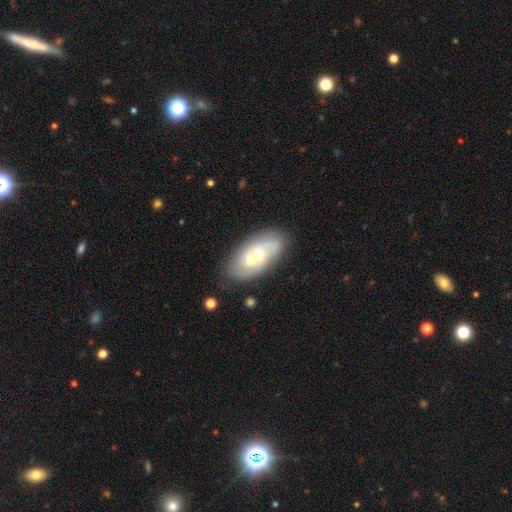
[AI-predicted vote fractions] This is possibly a featured or disk galaxy (53%). It is clearly not viewed edge-on (91%). Merging: likely none (74%).